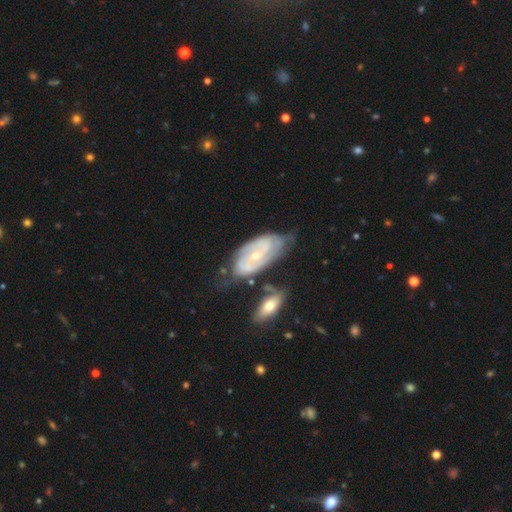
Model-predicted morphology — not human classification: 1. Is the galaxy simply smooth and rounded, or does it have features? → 78% featured or disk, 16% smooth, 6% star or artifact.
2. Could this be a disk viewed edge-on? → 93% no, 7% yes.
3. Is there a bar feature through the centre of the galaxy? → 63% no, 29% weak, 8% strong.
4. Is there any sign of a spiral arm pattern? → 85% yes, 15% no.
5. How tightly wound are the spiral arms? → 59% tight, 30% medium, 11% loose.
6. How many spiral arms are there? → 49% 2, 37% can't tell, 7% 3, 3% 1, 3% 4, 2% more than 4.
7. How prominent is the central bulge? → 65% small, 32% moderate, 1% none, 1% large, 1% dominant.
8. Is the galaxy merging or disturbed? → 50% none, 27% minor disturbance, 12% merger, 10% major disturbance.